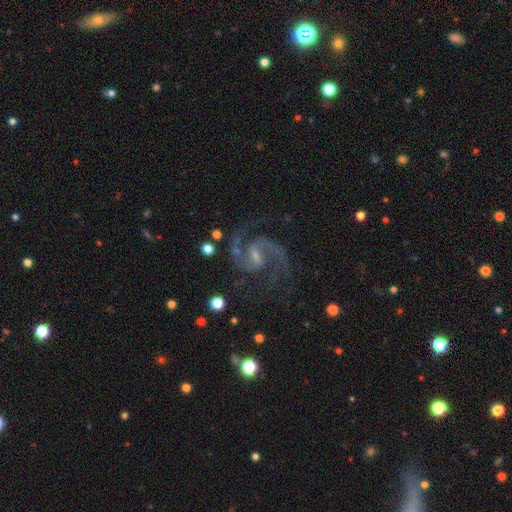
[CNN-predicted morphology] A featured or disk galaxy (92%) with a weak bar (59%), 2 (94%) medium (67%) spiral arms (98%) and a small central bulge (56%). Merging: none (78%).